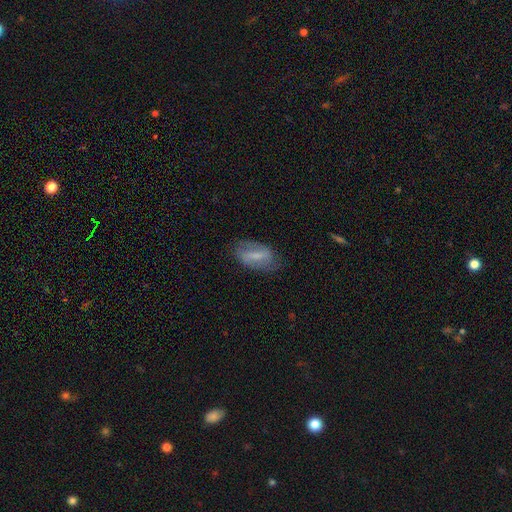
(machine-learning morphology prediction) Q: Smooth or featured?
A: featured or disk (54%); runner-up: smooth (39%)
Q: Edge-on disk?
A: no (92%); runner-up: yes (8%)
Q: Merging?
A: none (73%); runner-up: minor disturbance (19%)